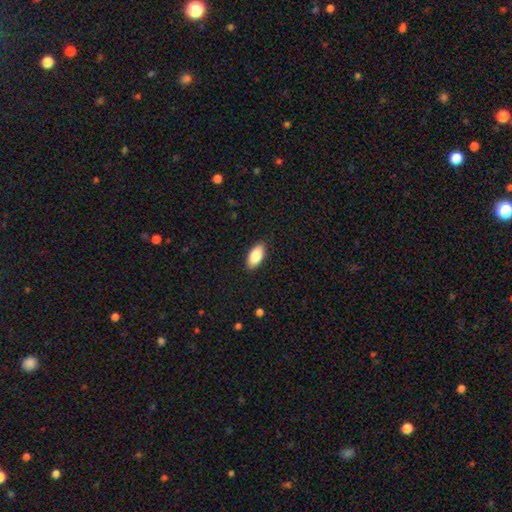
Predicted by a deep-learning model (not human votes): Morphology: type=smooth (85%); roundness=in between (92%); merging=none (88%).